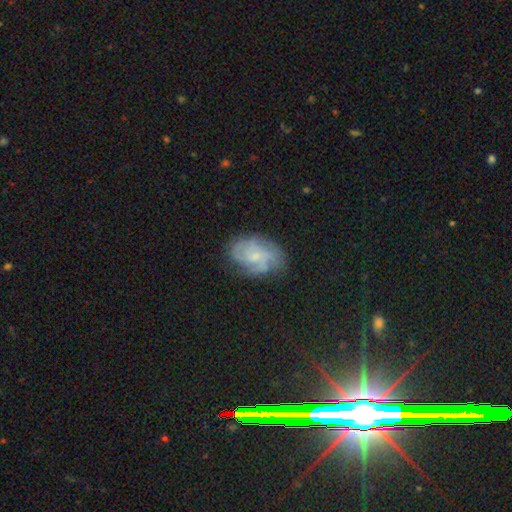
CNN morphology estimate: A featured or disk galaxy (66%) with no bar (64%), tight (46%) spiral arms (90%) and a small central bulge (63%). Merging: none (70%).